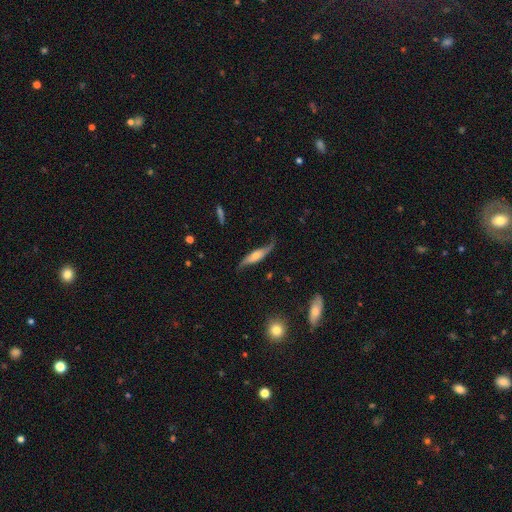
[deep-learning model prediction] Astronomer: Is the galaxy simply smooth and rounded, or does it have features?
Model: featured or disk — 71%.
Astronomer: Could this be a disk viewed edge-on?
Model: no — 57% (runner-up: yes, 43%).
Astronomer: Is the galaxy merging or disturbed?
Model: none — 66%.